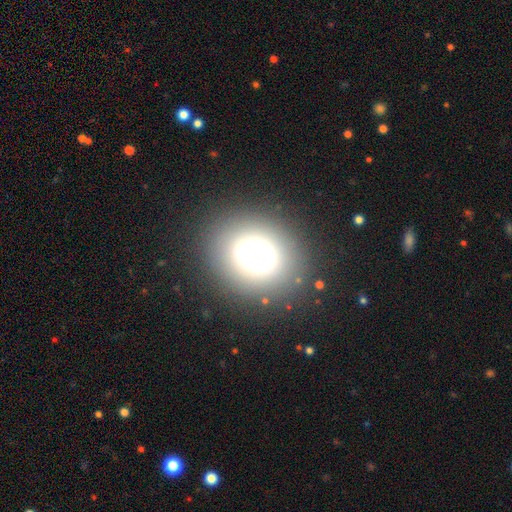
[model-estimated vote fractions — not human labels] Smooth or featured?
  - smooth: 68% *
  - star or artifact: 20%
  - featured or disk: 12%
How rounded?
  - round: 77% *
  - in between: 21%
  - cigar-shaped: 1%
Merging?
  - none: 86% *
  - minor disturbance: 8%
  - major disturbance: 5%
  - merger: 2%